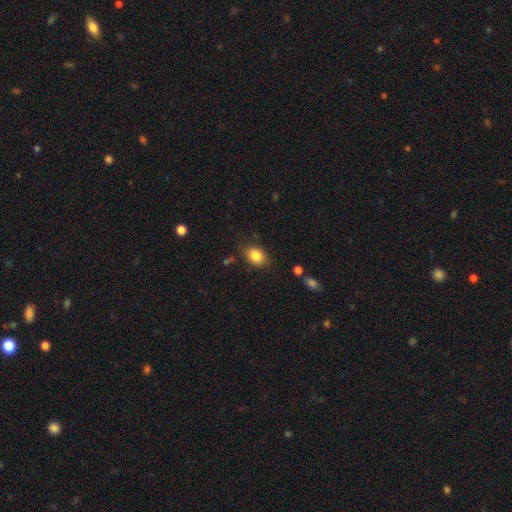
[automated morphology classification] smooth_or_featured: smooth (p=0.85) [alt: star or artifact p=0.09]
how_rounded: in between (p=0.67) [alt: round p=0.32]
merging: none (p=0.80) [alt: minor disturbance p=0.14]